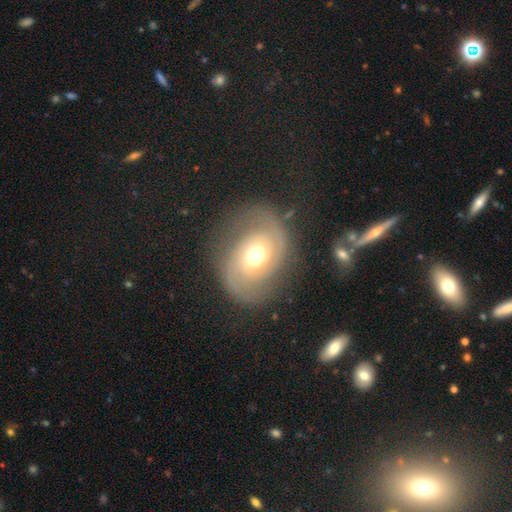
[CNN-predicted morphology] This is likely a featured or disk galaxy (80%). It is clearly not viewed edge-on (97%). Bar: likely no (66%). Spiral arm pattern: clearly yes (92%). Spiral arm count: clearly 2 (84%). Spiral winding: possibly tight (46%). Central bulge: likely moderate (70%). Merging: likely none (74%).